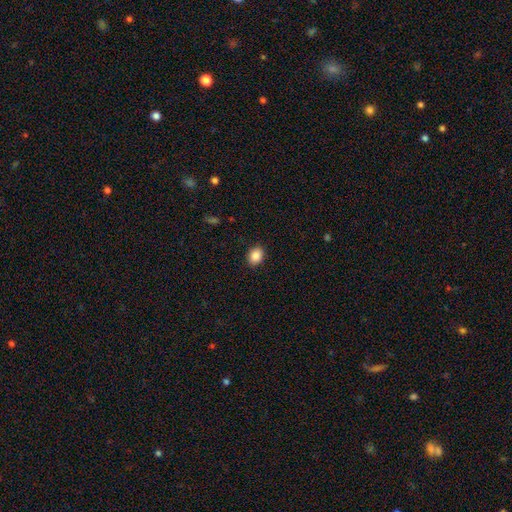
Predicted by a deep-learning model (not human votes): Smooth or featured? smooth (88%)
How rounded? in between (55%)
Merging? none (90%)